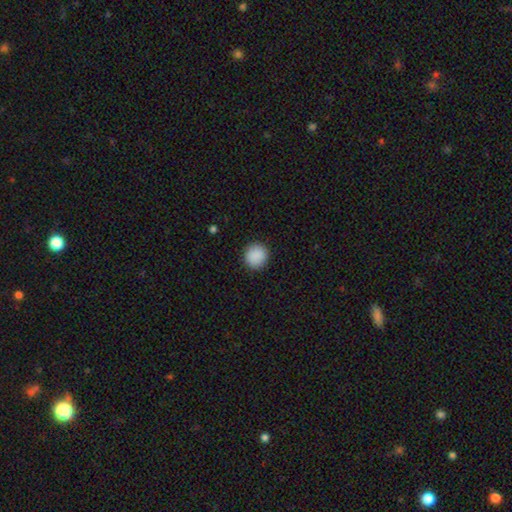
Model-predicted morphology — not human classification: Smooth or featured? smooth (90%)
How rounded? round (92%)
Merging? none (92%)